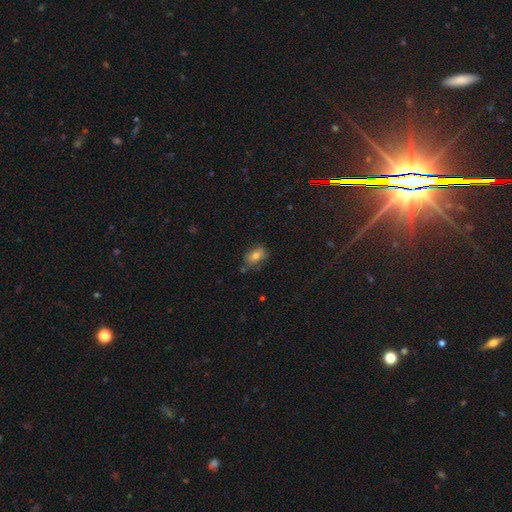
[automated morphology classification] type=smooth (75%); roundness=in between (81%); merging=none (72%).